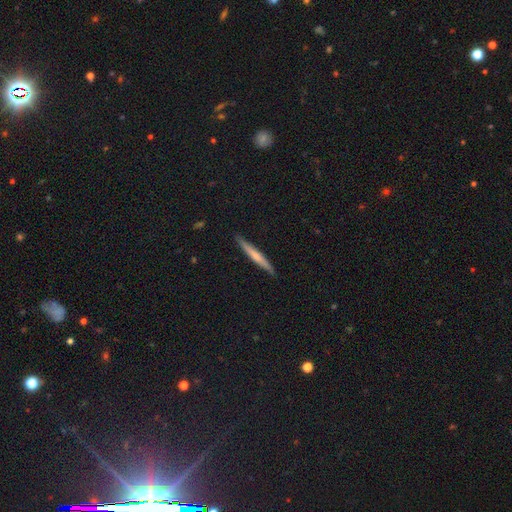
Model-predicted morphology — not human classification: Smooth or featured?
  - smooth: 53% *
  - featured or disk: 42%
  - star or artifact: 5%
How rounded?
  - cigar-shaped: 96% *
  - in between: 3%
  - round: 1%
Merging?
  - none: 90% *
  - minor disturbance: 8%
  - major disturbance: 1%
  - merger: 1%